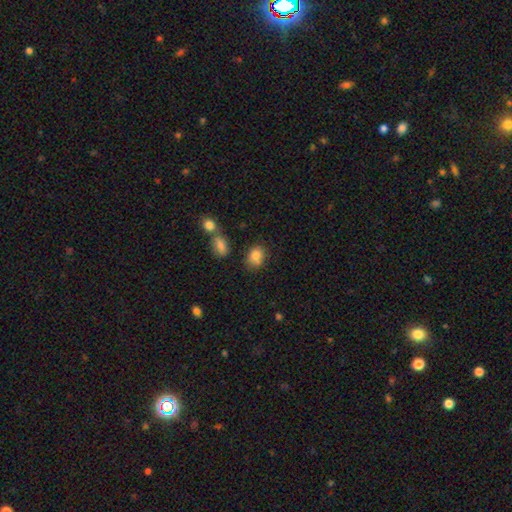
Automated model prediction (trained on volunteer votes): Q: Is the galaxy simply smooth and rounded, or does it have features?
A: smooth — 82%.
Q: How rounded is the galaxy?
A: in between — 56%.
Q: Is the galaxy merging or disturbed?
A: none — 62%.